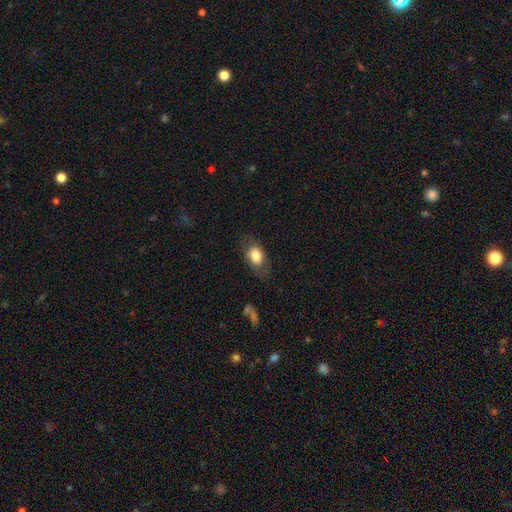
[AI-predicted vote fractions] smooth_or_featured: smooth (p=0.77) [alt: featured or disk p=0.16]
how_rounded: in between (p=0.83) [alt: round p=0.15]
merging: none (p=0.67) [alt: minor disturbance p=0.21]